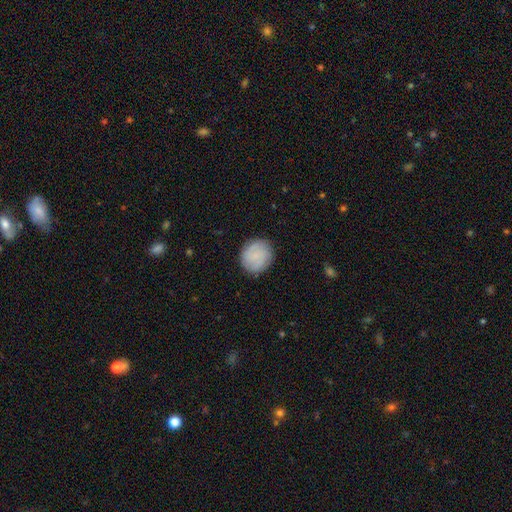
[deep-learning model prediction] Overall: smooth (75%). How rounded: round (85%). Merging: none (86%).